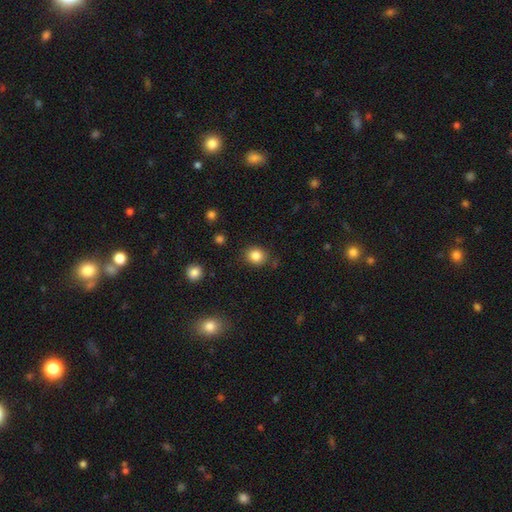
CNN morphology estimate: Q: Smooth or featured?
A: smooth (84%); runner-up: star or artifact (10%)
Q: How rounded?
A: round (69%); runner-up: in between (30%)
Q: Merging?
A: none (82%); runner-up: minor disturbance (12%)